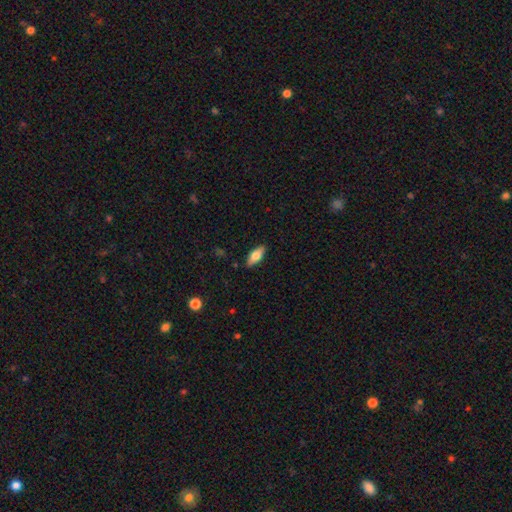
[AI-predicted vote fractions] Smooth or featured: smooth — 72% (featured or disk — 21%)
How rounded: in between — 82% (cigar-shaped — 15%)
Merging: none — 88% (minor disturbance — 9%)